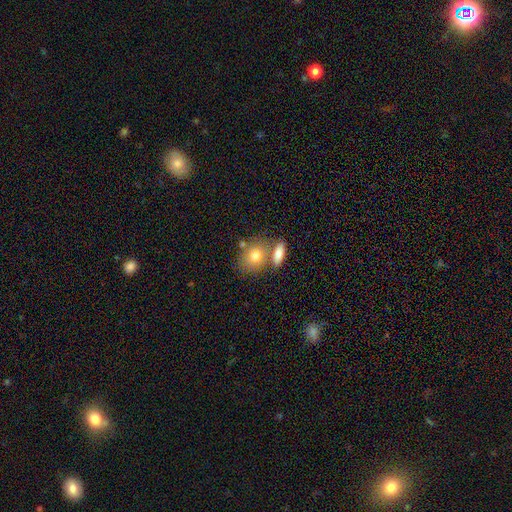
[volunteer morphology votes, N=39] A smooth galaxy with no disk features (82%) that is round (53%). Merging: none (43%).